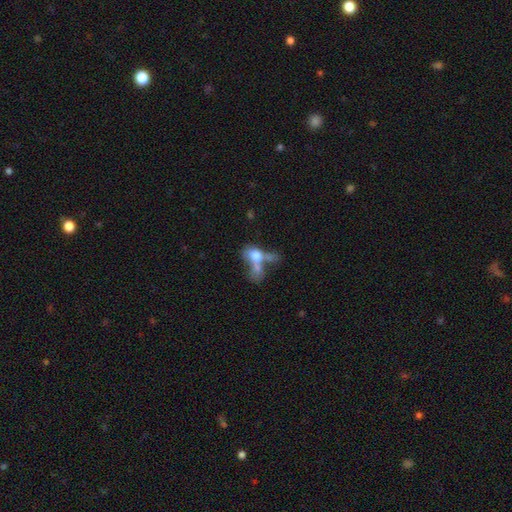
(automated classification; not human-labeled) smooth-or-featured: smooth: 61% | featured or disk: 29% | star or artifact: 10%
  how-rounded: in between: 68% | round: 27% | cigar-shaped: 6%
  merging: merger: 64% | major disturbance: 18% | none: 12% | minor disturbance: 7%